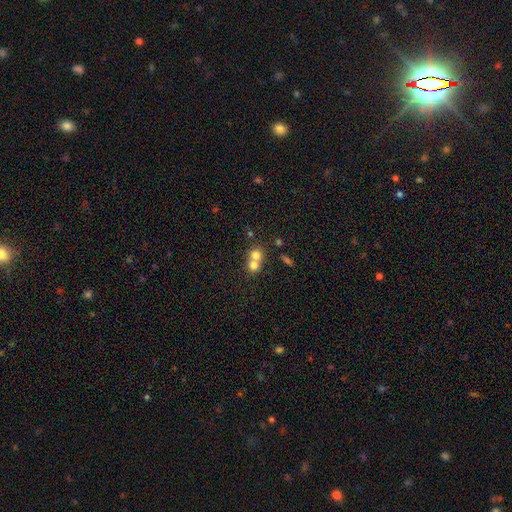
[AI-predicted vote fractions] Morphology: type=smooth (73%); roundness=round (81%); merging=merger (66%).